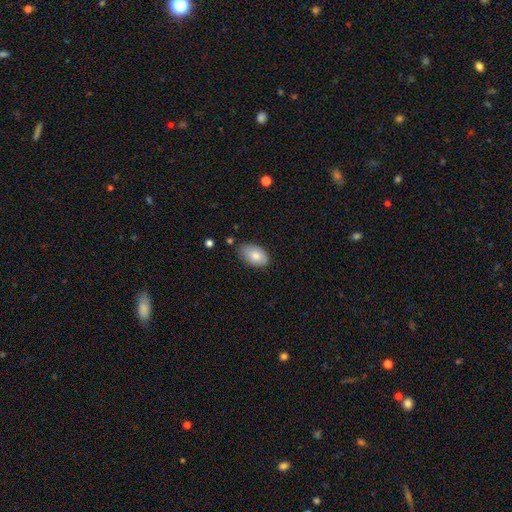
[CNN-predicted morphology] This is clearly a smooth galaxy (81%). How rounded: clearly in between (92%). Merging: likely none (74%).